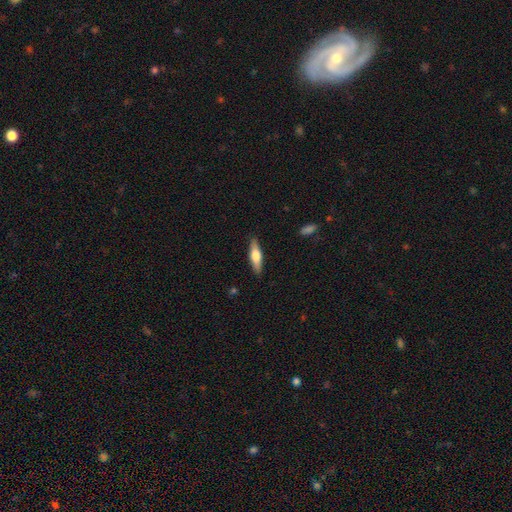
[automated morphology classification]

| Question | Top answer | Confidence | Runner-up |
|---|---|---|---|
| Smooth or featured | smooth | 56% | featured or disk (38%) |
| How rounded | cigar-shaped | 64% | in between (34%) |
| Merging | none | 88% | minor disturbance (9%) |